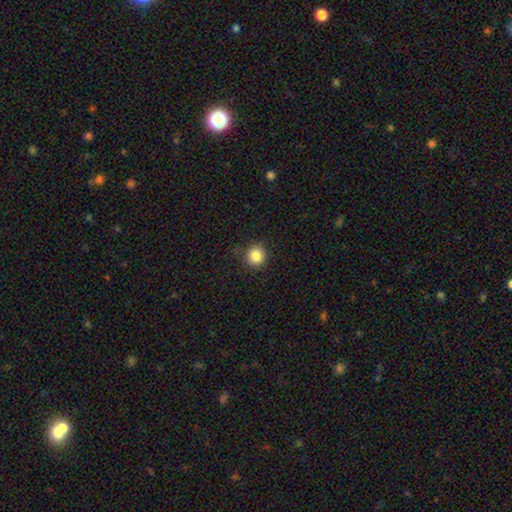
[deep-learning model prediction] smooth 85%, star or artifact 10%, featured or disk 4%. Down the decision tree: how rounded — round (92%); merging — none (89%).